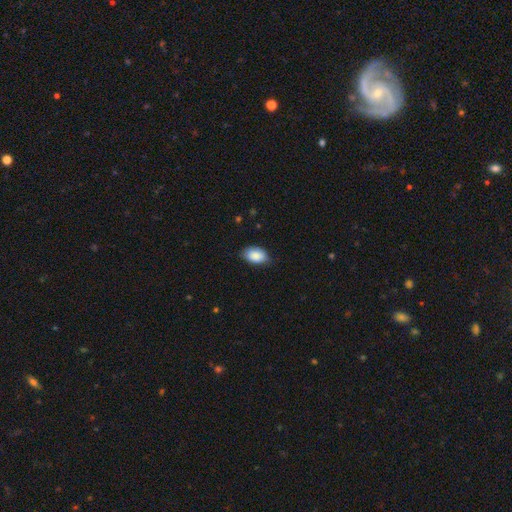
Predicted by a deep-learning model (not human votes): Overall: smooth (89%). How rounded: in between (92%). Merging: none (77%).